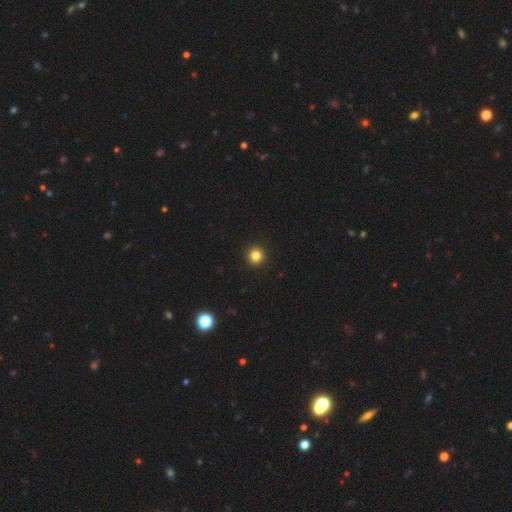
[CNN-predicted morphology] smooth_or_featured: smooth (p=0.83) [alt: star or artifact p=0.13]
how_rounded: round (p=0.96) [alt: in between p=0.03]
merging: none (p=0.94) [alt: minor disturbance p=0.04]